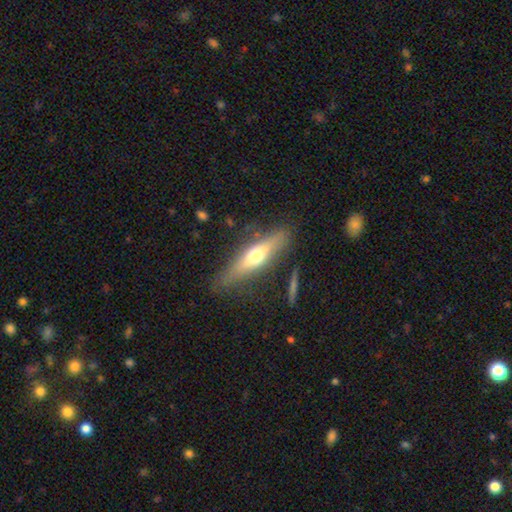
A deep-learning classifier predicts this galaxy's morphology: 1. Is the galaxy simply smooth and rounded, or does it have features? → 52% featured or disk, 42% smooth, 6% star or artifact.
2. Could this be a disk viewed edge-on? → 86% yes, 14% no.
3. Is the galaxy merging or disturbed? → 80% none, 14% minor disturbance, 4% major disturbance, 2% merger.